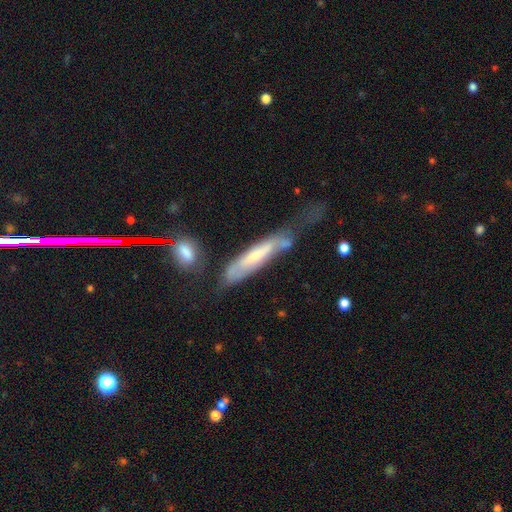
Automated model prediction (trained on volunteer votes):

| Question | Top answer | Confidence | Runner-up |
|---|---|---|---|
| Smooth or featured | featured or disk | 51% | smooth (43%) |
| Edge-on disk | yes | 54% | no (46%) |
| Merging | none | 34% | minor disturbance (28%) |